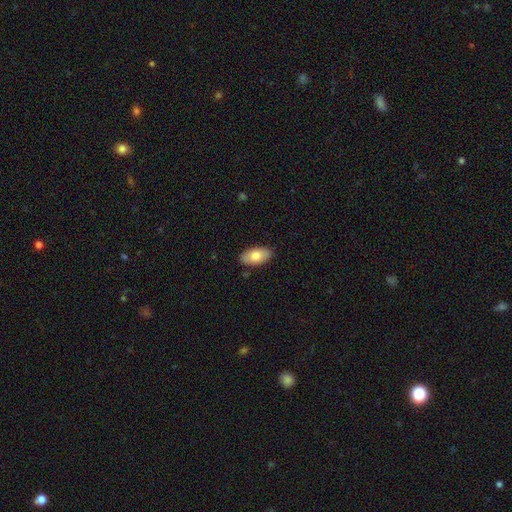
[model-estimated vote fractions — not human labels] smooth_or_featured: smooth (p=0.79) [alt: featured or disk p=0.15]
how_rounded: in between (p=0.95) [alt: round p=0.03]
merging: none (p=0.87) [alt: minor disturbance p=0.10]